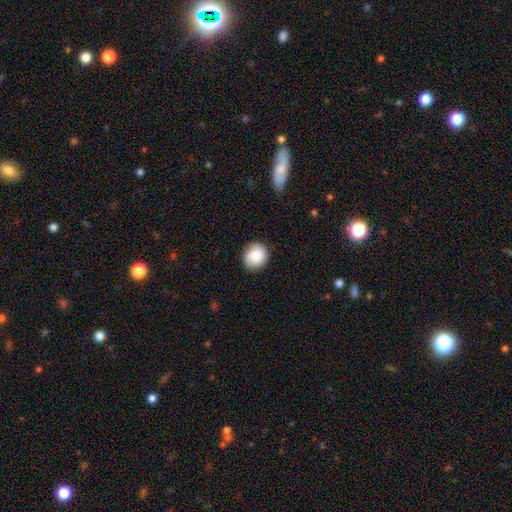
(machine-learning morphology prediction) smooth_or_featured: smooth (p=0.83) [alt: featured or disk p=0.09]
how_rounded: round (p=0.81) [alt: in between p=0.18]
merging: none (p=0.86) [alt: minor disturbance p=0.10]